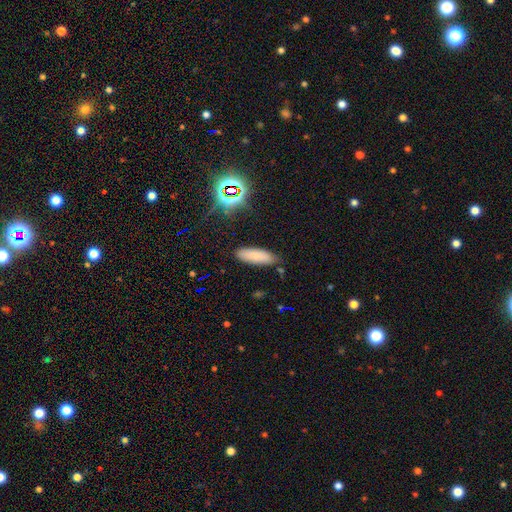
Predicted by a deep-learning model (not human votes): A smooth galaxy with no disk features (78%) that is in between round and cigar-shaped (54%).

Vote fractions:
- Smooth or featured? smooth: 78% / star or artifact: 12% / featured or disk: 10%
- How rounded? in between: 54% / cigar-shaped: 44% / round: 2%
- Merging? none: 83% / minor disturbance: 12% / major disturbance: 3% / merger: 2%